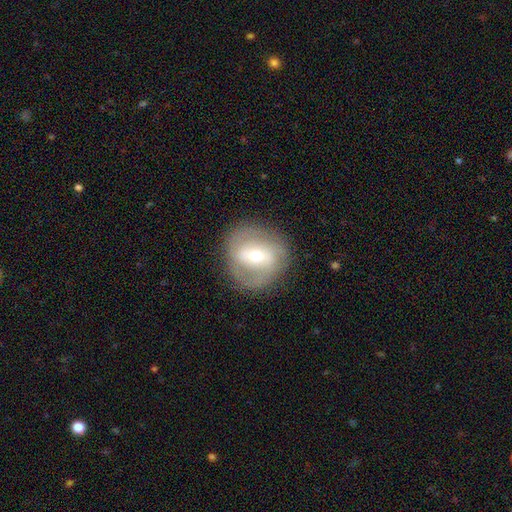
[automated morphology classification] Smooth or featured: featured or disk — 64% (smooth — 28%)
Edge-on disk: no — 95% (yes — 5%)
Bar: weak — 39% (strong — 32%)
Spiral arms: yes — 68% (no — 32%)
Bulge size: moderate — 52% (small — 43%)
Merging: none — 80% (minor disturbance — 12%)